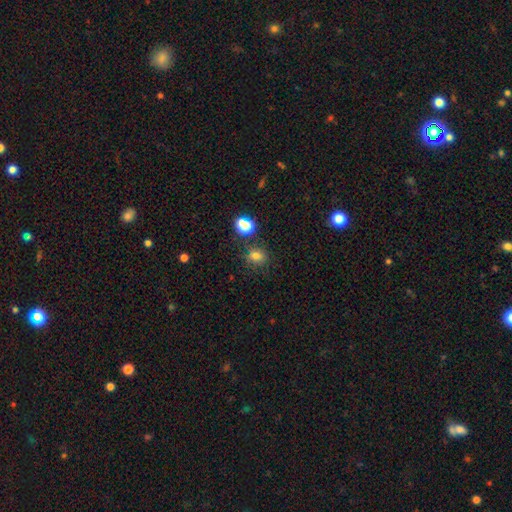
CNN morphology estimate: Overall: smooth (72%). How rounded: round (63%; in between 36%). Merging: none (77%).